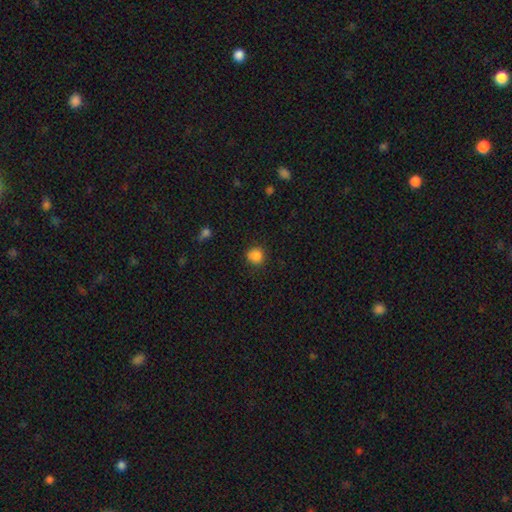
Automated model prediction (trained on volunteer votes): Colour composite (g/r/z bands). It shows a smooth galaxy with no disk features (85%) that is round (87%). Merging: none (84%).